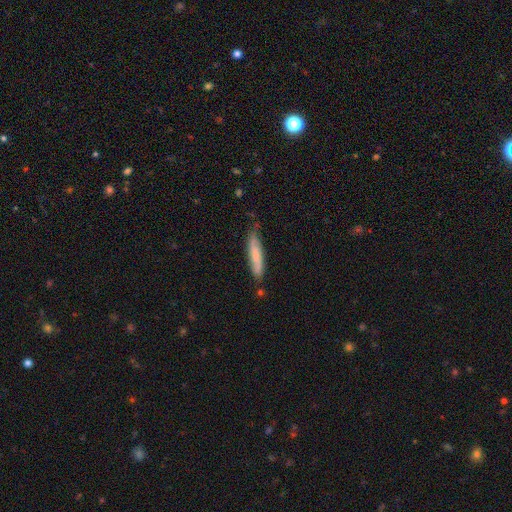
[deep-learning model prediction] Q: Smooth or featured?
A: smooth (67%); runner-up: featured or disk (27%)
Q: How rounded?
A: cigar-shaped (88%); runner-up: in between (10%)
Q: Merging?
A: none (71%); runner-up: minor disturbance (22%)